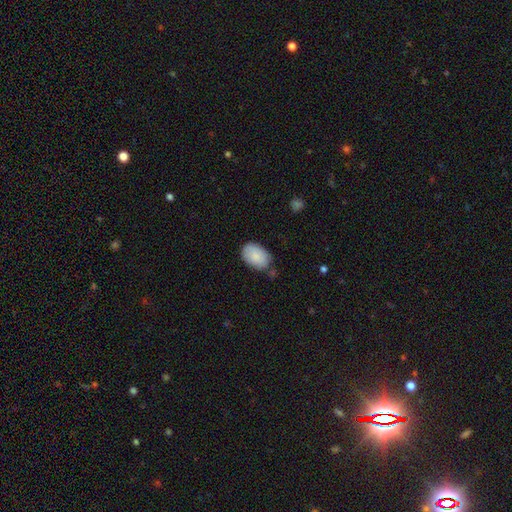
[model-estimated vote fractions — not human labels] Q: Smooth or featured?
A: smooth (86%); runner-up: featured or disk (8%)
Q: How rounded?
A: in between (89%); runner-up: round (10%)
Q: Merging?
A: none (66%); runner-up: minor disturbance (24%)